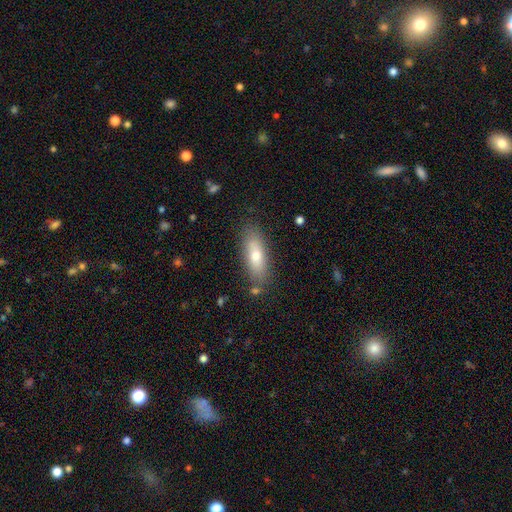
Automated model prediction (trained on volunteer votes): smooth_or_featured: smooth (p=0.69) [alt: featured or disk p=0.24]
how_rounded: in between (p=0.62) [alt: cigar-shaped p=0.35]
merging: none (p=0.81) [alt: minor disturbance p=0.13]